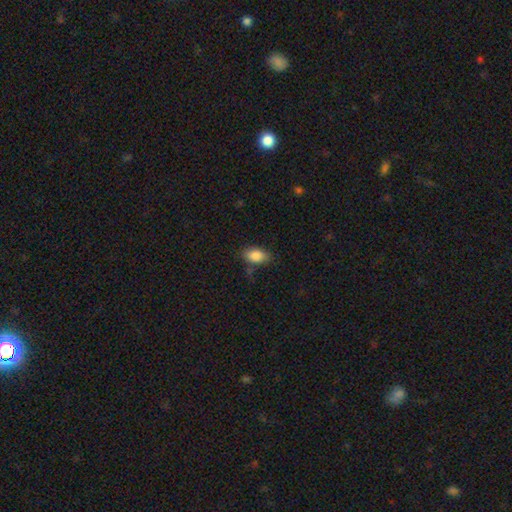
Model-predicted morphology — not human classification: type=smooth (86%); roundness=in between (90%); merging=none (74%).